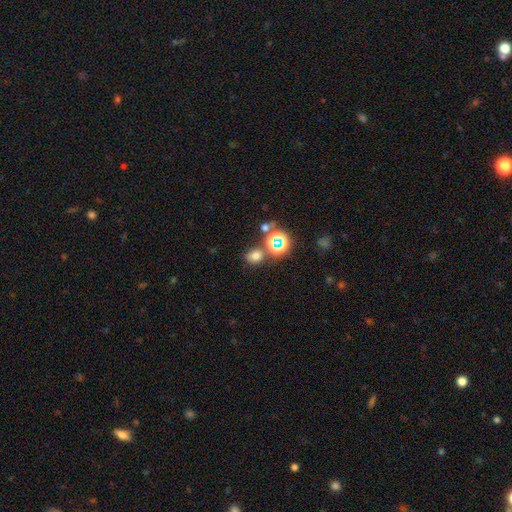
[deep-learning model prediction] smooth_or_featured: smooth (p=0.67) [alt: star or artifact p=0.25]
how_rounded: round (p=0.57) [alt: in between p=0.42]
merging: none (p=0.70) [alt: merger p=0.14]